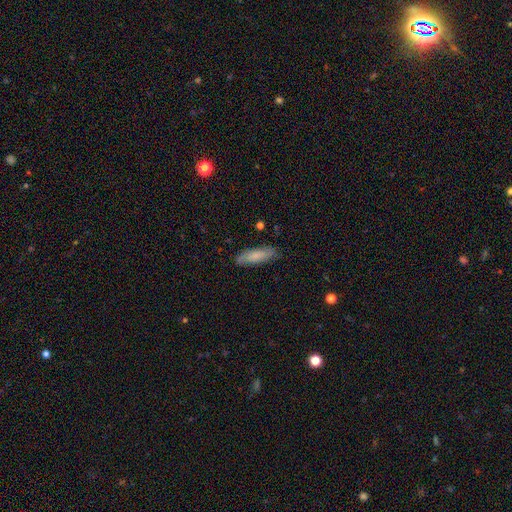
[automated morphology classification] A smooth galaxy with no disk features (67%) that is in between round and cigar-shaped (51%). Merging: none (82%).